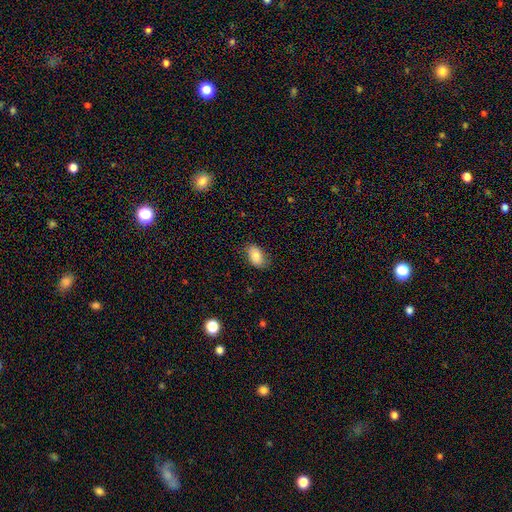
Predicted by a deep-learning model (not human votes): Morphology: type=smooth (82%); roundness=in between (90%); merging=none (78%).